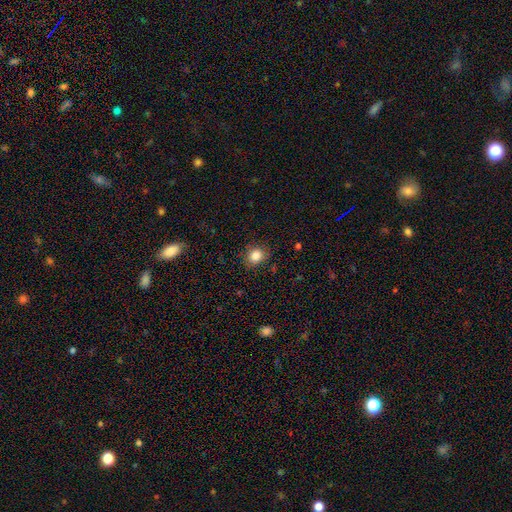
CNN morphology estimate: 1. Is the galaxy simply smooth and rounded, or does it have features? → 84% smooth, 10% star or artifact, 5% featured or disk.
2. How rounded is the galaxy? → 71% round, 28% in between, 1% cigar-shaped.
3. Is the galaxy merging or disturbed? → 83% none, 13% minor disturbance, 3% major disturbance, 1% merger.